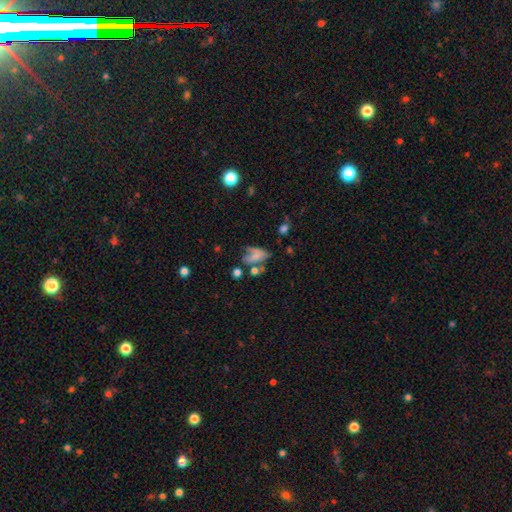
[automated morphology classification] smooth-or-featured: smooth: 54% | featured or disk: 33% | star or artifact: 13%
  how-rounded: in between: 83% | round: 13% | cigar-shaped: 4%
  merging: none: 30% | major disturbance: 27% | minor disturbance: 24% | merger: 19%